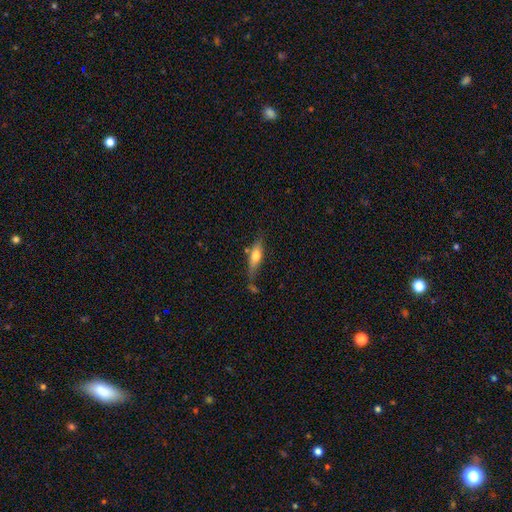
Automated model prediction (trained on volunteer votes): Smooth or featured: smooth — 60% (featured or disk — 33%)
How rounded: cigar-shaped — 56% (in between — 41%)
Merging: none — 61% (minor disturbance — 22%)